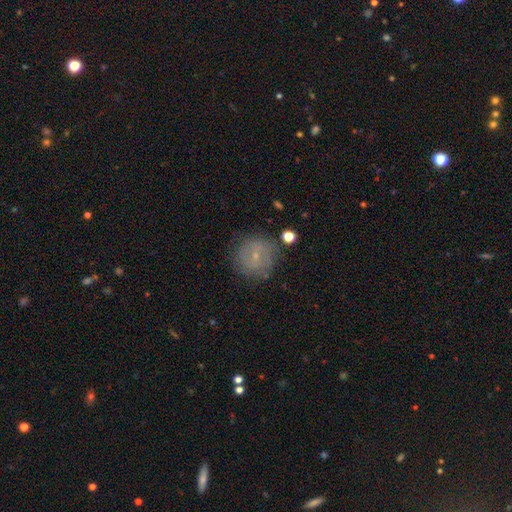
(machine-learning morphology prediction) smooth_or_featured: featured or disk (p=0.47) [alt: smooth p=0.42]
merging: none (p=0.76) [alt: minor disturbance p=0.16]